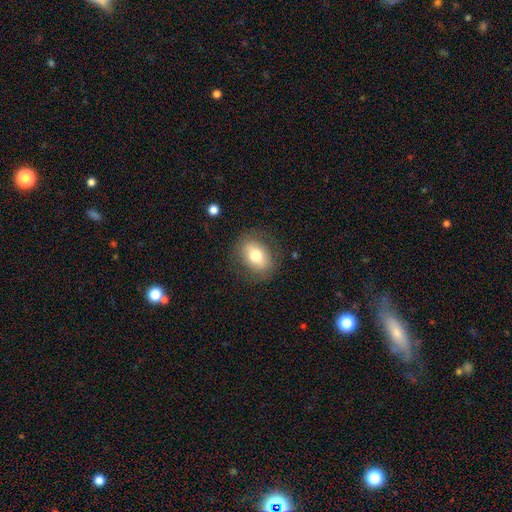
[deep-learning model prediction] Smooth or featured?
  - smooth: 70% *
  - featured or disk: 22%
  - star or artifact: 8%
How rounded?
  - in between: 70% *
  - round: 29%
  - cigar-shaped: 1%
Merging?
  - none: 82% *
  - minor disturbance: 12%
  - major disturbance: 5%
  - merger: 1%